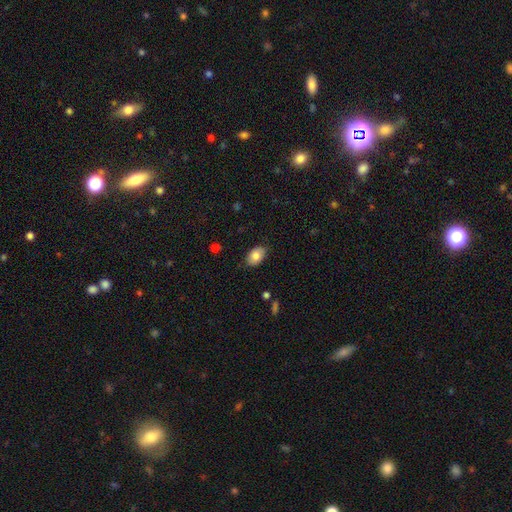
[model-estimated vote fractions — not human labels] Smooth or featured: smooth — 82% (featured or disk — 11%)
How rounded: in between — 87% (round — 12%)
Merging: none — 82% (minor disturbance — 14%)